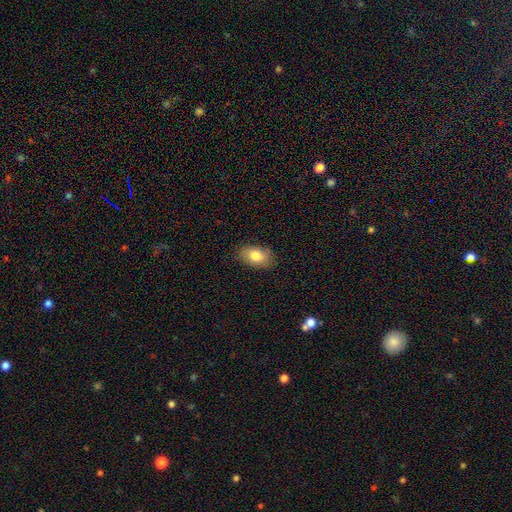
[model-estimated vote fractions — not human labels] Smooth or featured? smooth (82%)
How rounded? in between (89%)
Merging? none (86%)